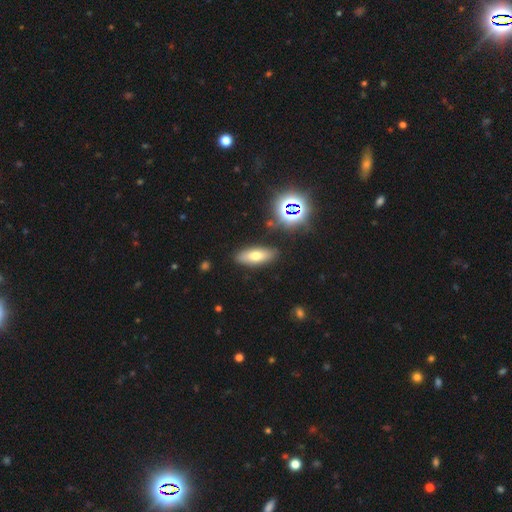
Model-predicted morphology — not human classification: The model was most divided on "how rounded": in between: 70%, cigar-shaped: 26%, round: 4%. More confident: merging — none (85%); smooth or featured — smooth (65%).